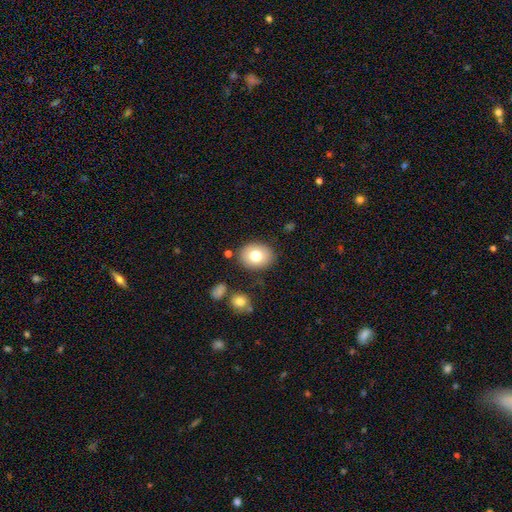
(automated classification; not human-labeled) A smooth galaxy with no disk features (76%) that is in between round and cigar-shaped (53%).

Vote fractions:
- Smooth or featured? smooth: 76% / featured or disk: 15% / star or artifact: 9%
- How rounded? in between: 53% / round: 46% / cigar-shaped: 1%
- Merging? none: 85% / minor disturbance: 10% / major disturbance: 3% / merger: 3%